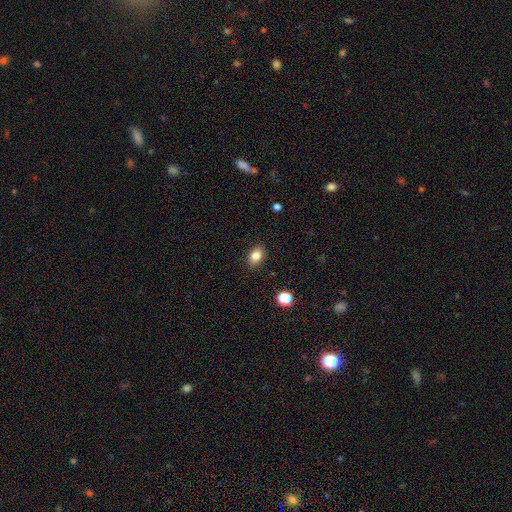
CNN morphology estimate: Smooth or featured: smooth — 83% (star or artifact — 10%)
How rounded: in between — 77% (round — 22%)
Merging: none — 87% (minor disturbance — 9%)